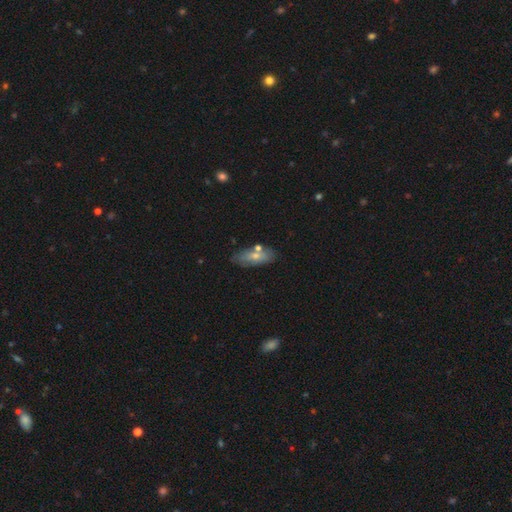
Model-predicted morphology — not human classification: Smooth or featured?
  - smooth: 58% *
  - featured or disk: 32%
  - star or artifact: 10%
How rounded?
  - in between: 69% *
  - cigar-shaped: 27%
  - round: 4%
Merging?
  - none: 76% *
  - minor disturbance: 14%
  - merger: 7%
  - major disturbance: 3%